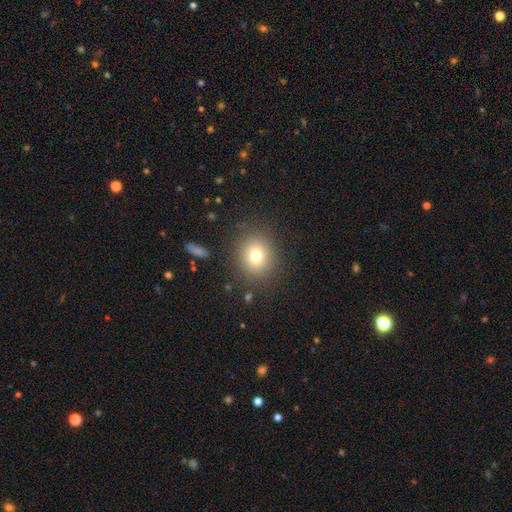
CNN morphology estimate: A smooth galaxy with no disk features (74%) that is round (79%).

Vote fractions:
- Smooth or featured? smooth: 74% / star or artifact: 14% / featured or disk: 12%
- How rounded? round: 79% / in between: 20% / cigar-shaped: 1%
- Merging? none: 86% / minor disturbance: 8% / major disturbance: 4% / merger: 2%